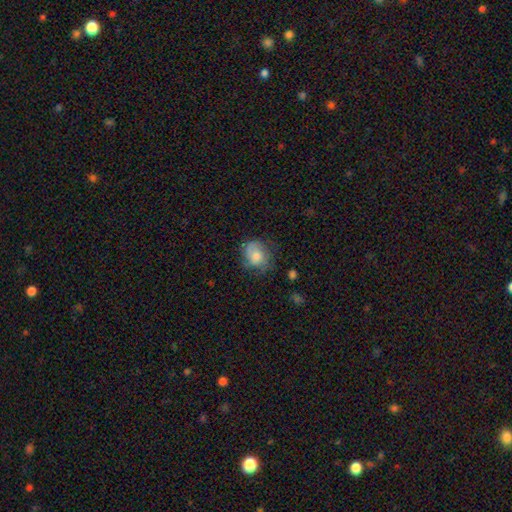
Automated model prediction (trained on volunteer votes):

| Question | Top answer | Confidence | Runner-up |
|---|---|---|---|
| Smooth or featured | smooth | 61% | featured or disk (30%) |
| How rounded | round | 59% | in between (40%) |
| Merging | none | 61% | minor disturbance (26%) |